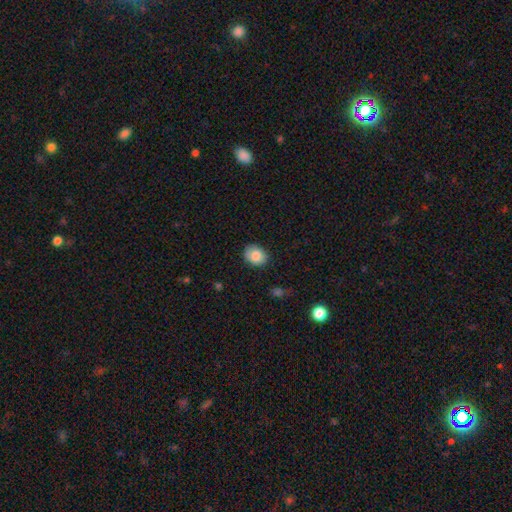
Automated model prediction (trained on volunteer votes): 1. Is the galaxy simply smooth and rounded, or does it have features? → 82% smooth, 10% featured or disk, 8% star or artifact.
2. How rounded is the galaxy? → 50% round, 49% in between, 1% cigar-shaped.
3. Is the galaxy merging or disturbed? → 82% none, 14% minor disturbance, 3% major disturbance, 1% merger.